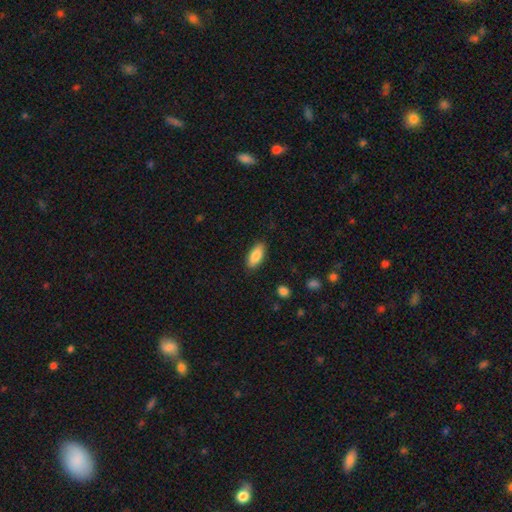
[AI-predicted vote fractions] This is clearly a smooth galaxy (86%). How rounded: clearly in between (80%). Merging: clearly none (87%).